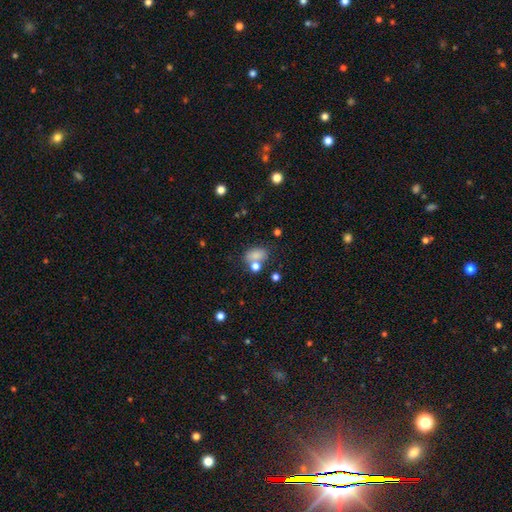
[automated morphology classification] type=smooth (78%); roundness=in between (79%); merging=none (50%).